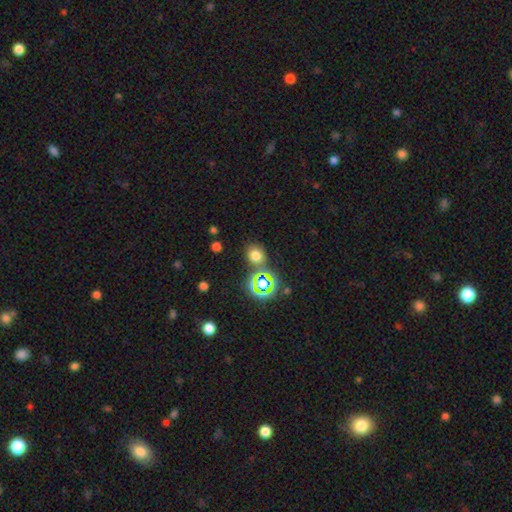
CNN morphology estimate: This is likely a smooth galaxy (66%). How rounded: likely round (70%). Merging: likely none (73%).